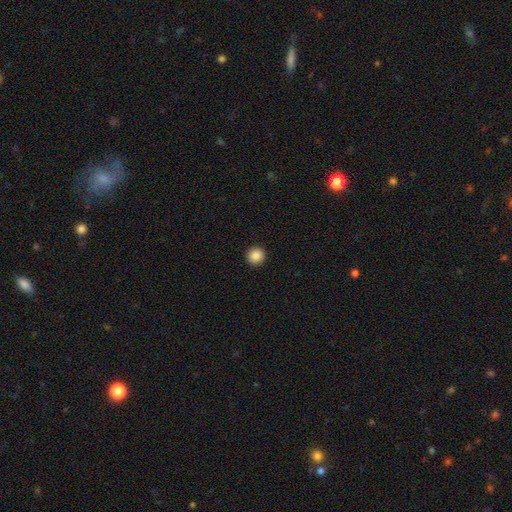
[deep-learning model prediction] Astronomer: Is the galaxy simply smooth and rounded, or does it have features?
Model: smooth — 88%.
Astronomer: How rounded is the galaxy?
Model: round — 95%.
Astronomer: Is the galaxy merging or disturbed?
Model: none — 94%.